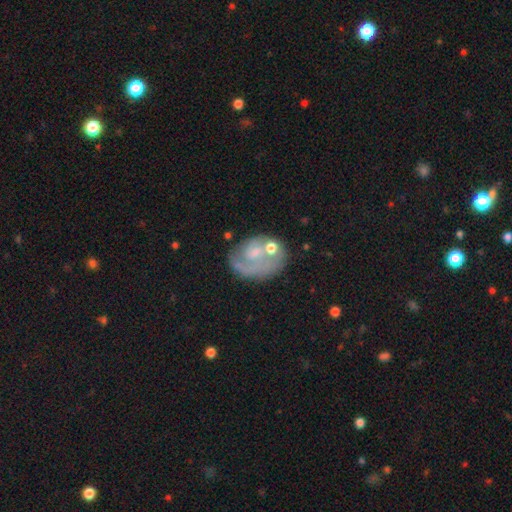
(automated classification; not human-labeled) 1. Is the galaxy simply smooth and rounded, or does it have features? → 58% featured or disk, 33% smooth, 8% star or artifact.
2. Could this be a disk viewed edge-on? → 97% no, 3% yes.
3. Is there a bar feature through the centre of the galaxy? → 73% no, 22% weak, 4% strong.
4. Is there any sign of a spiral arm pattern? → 56% yes, 44% no.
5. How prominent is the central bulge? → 32% small, 31% none, 31% moderate, 5% large, 2% dominant.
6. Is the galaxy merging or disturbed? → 45% none, 23% major disturbance, 20% minor disturbance, 12% merger.